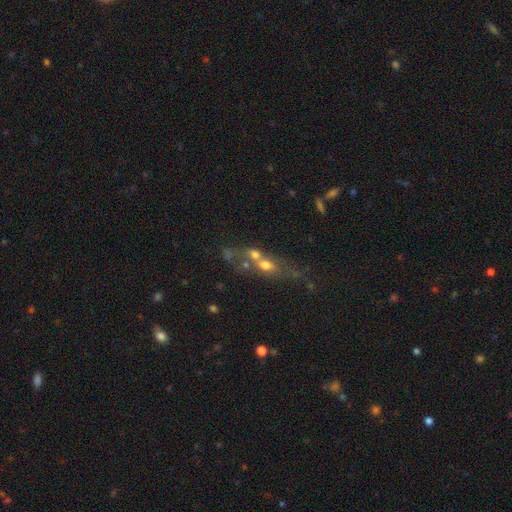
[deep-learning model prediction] A smooth galaxy with no disk features (44%). Merging: merger (54%).